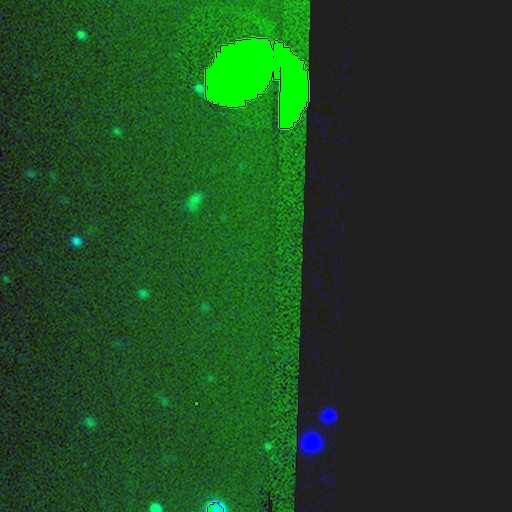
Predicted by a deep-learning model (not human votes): Smooth or featured? Predicted: star or artifact (p=0.83).